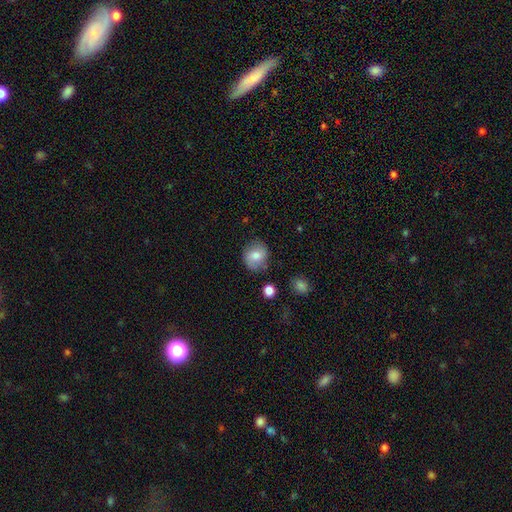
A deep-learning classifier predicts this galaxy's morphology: Q: Smooth or featured?
A: smooth (72%); runner-up: featured or disk (19%)
Q: How rounded?
A: round (81%); runner-up: in between (18%)
Q: Merging?
A: none (80%); runner-up: minor disturbance (14%)